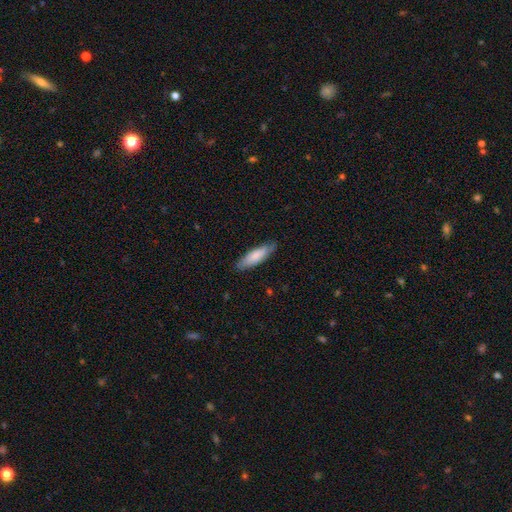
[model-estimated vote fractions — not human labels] The model was most divided on "how rounded": cigar-shaped: 55%, in between: 43%, round: 1%. More confident: merging — none (79%); smooth or featured — smooth (78%).